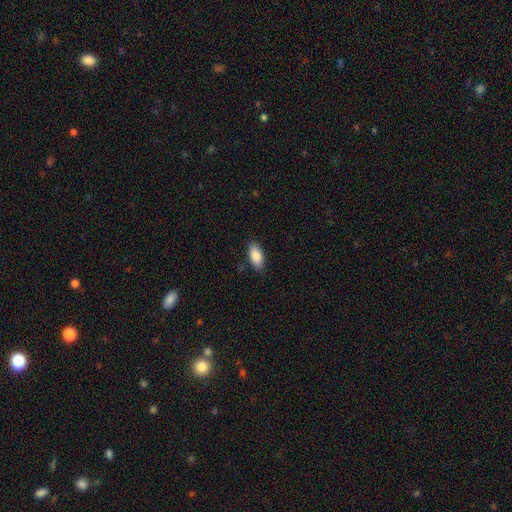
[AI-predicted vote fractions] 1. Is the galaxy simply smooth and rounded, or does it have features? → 87% smooth, 7% featured or disk, 6% star or artifact.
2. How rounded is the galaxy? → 90% in between, 8% cigar-shaped, 2% round.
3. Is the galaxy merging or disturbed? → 86% none, 10% minor disturbance, 2% major disturbance, 1% merger.